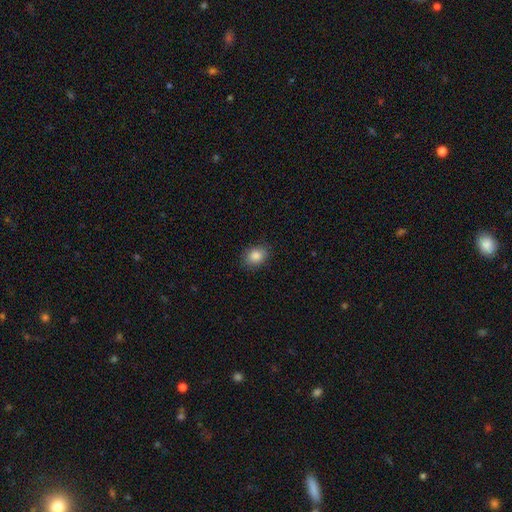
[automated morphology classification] smooth_or_featured: smooth (p=0.86) [alt: star or artifact p=0.08]
how_rounded: in between (p=0.67) [alt: round p=0.31]
merging: none (p=0.86) [alt: minor disturbance p=0.10]